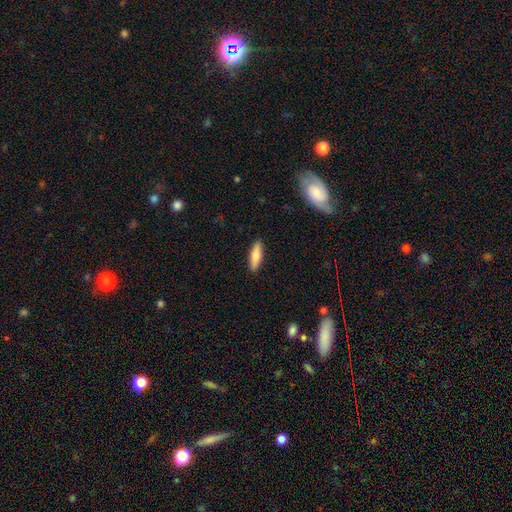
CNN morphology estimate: Smooth or featured: smooth — 78% (featured or disk — 17%)
How rounded: cigar-shaped — 62% (in between — 36%)
Merging: none — 90% (minor disturbance — 7%)